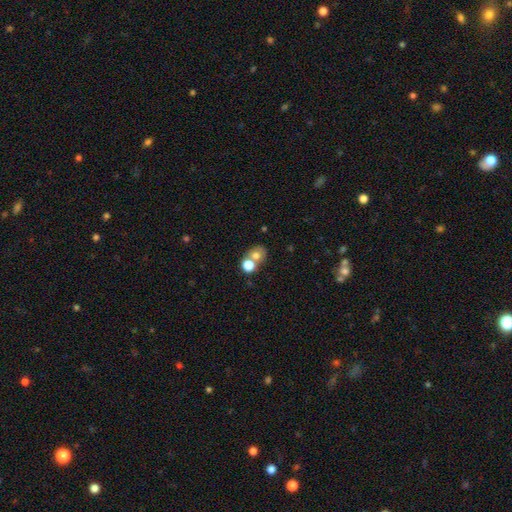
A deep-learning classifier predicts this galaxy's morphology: Overall: smooth (71%). How rounded: round (60%; in between 39%). Merging: merger (50%; none 38%).